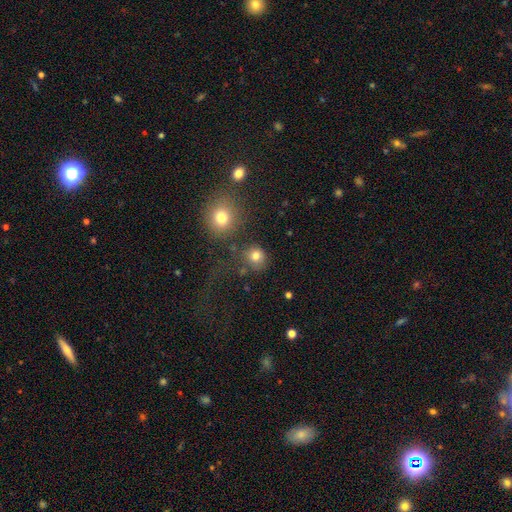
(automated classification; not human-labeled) This appears to be a smooth galaxy with no disk features (78%) that is round (87%). Merging: none (73%).